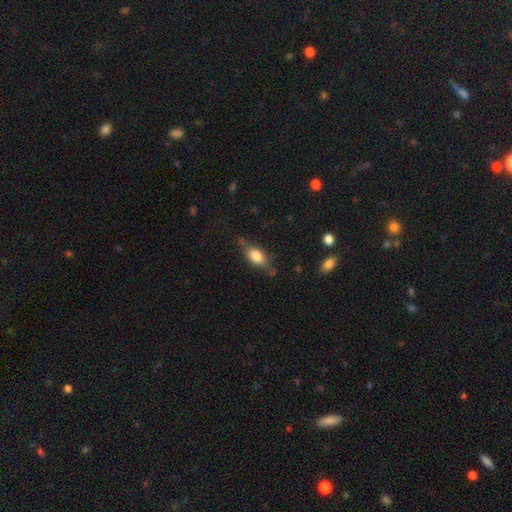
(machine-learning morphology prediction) smooth-or-featured: smooth: 69% | featured or disk: 23% | star or artifact: 8%
  how-rounded: in between: 80% | cigar-shaped: 13% | round: 7%
  merging: none: 62% | minor disturbance: 26% | major disturbance: 8% | merger: 4%